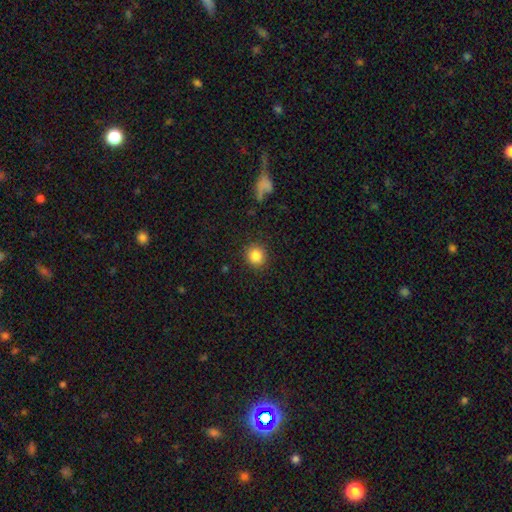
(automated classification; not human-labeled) Smooth or featured? smooth (85%)
How rounded? round (90%)
Merging? none (89%)